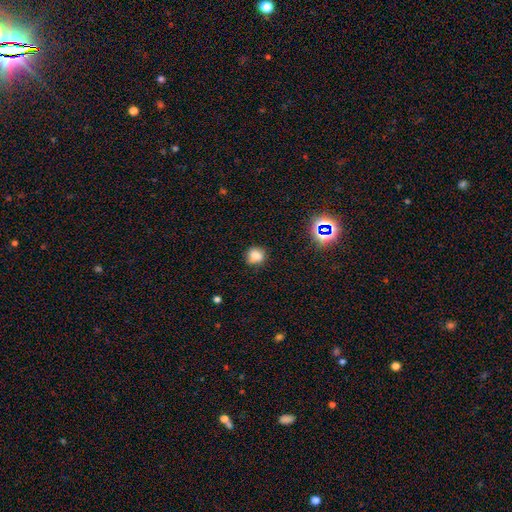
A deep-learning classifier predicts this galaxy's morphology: Overall: smooth (77%). How rounded: round (74%). Merging: none (76%).